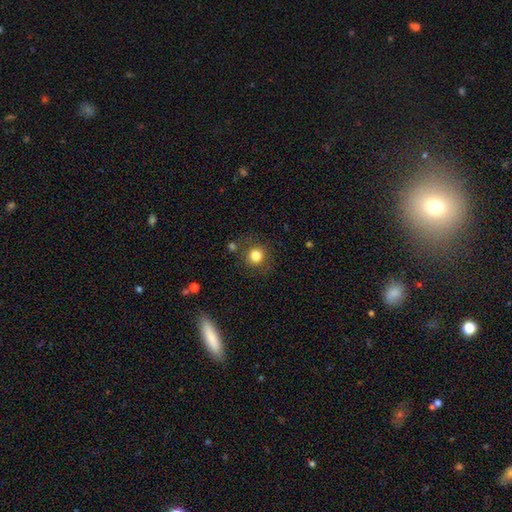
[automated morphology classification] This appears to be a smooth galaxy with no disk features (81%) that is round (91%). Merging: none (83%).